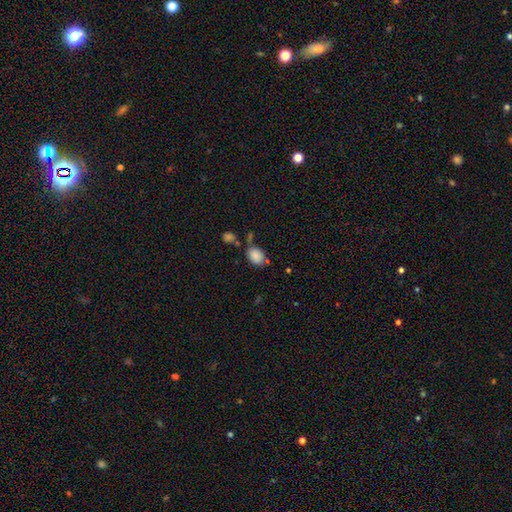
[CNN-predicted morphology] This appears to be a smooth galaxy with no disk features (86%) that is in between round and cigar-shaped (66%). Merging: none (58%).